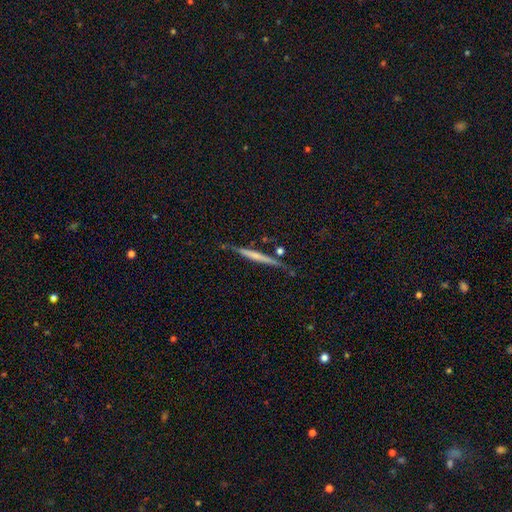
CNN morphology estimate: smooth_or_featured: featured or disk (p=0.56) [alt: smooth p=0.37]
disk_edge_on: yes (p=0.96) [alt: no p=0.04]
edge_on_bulge: none (p=0.64) [alt: rounded p=0.24]
merging: none (p=0.80) [alt: minor disturbance p=0.13]